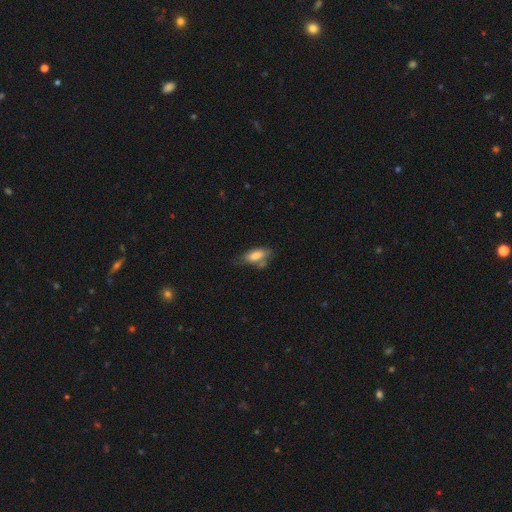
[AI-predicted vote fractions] Smooth or featured?
  - smooth: 72% *
  - featured or disk: 21%
  - star or artifact: 8%
How rounded?
  - in between: 76% *
  - cigar-shaped: 21%
  - round: 3%
Merging?
  - none: 44% *
  - minor disturbance: 31%
  - major disturbance: 13%
  - merger: 12%